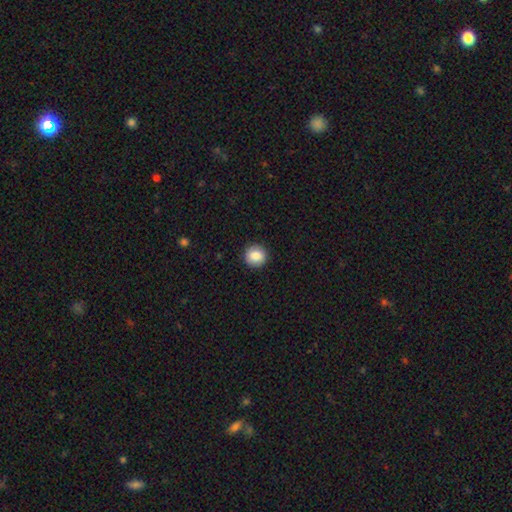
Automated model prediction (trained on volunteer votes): This is clearly a smooth galaxy (86%). How rounded: clearly round (93%). Merging: clearly none (92%).